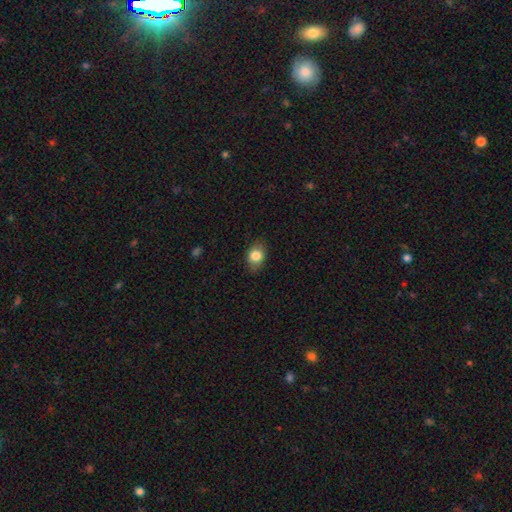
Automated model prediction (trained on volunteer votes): This is clearly a smooth galaxy (81%). How rounded: likely in between (68%). Merging: clearly none (80%).